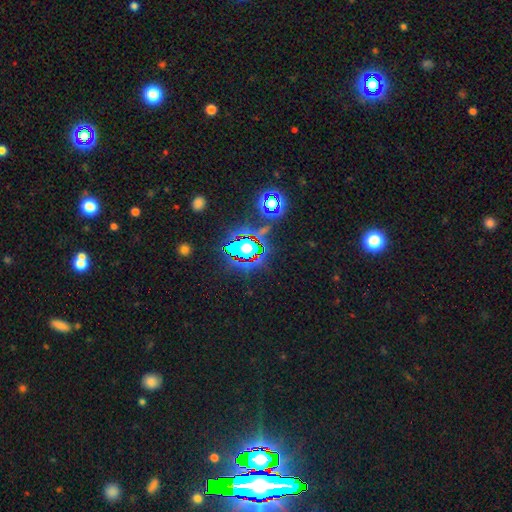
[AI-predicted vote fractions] Q: Smooth or featured?
A: star or artifact (80%); runner-up: smooth (12%)